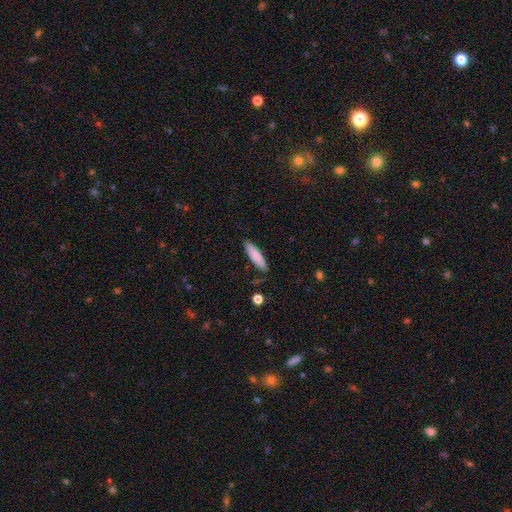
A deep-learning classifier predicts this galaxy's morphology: A smooth galaxy with no disk features (84%) that is cigar-shaped (72%).

Vote fractions:
- Smooth or featured? smooth: 84% / featured or disk: 10% / star or artifact: 6%
- How rounded? cigar-shaped: 72% / in between: 27% / round: 1%
- Merging? none: 84% / minor disturbance: 12% / major disturbance: 3% / merger: 2%